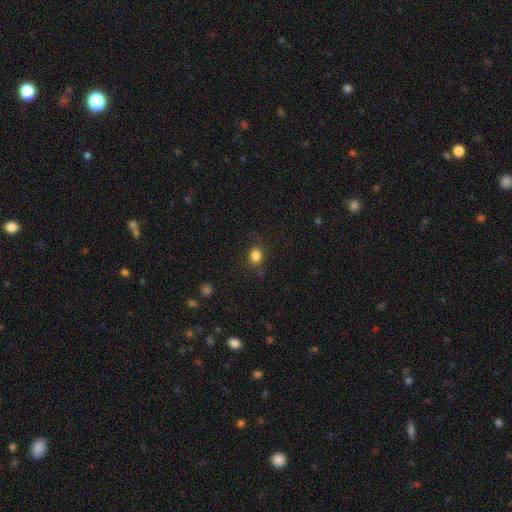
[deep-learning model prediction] A smooth galaxy with no disk features (83%) that is in between round and cigar-shaped (50%).

Vote fractions:
- Smooth or featured? smooth: 83% / star or artifact: 11% / featured or disk: 5%
- How rounded? in between: 50% / round: 49% / cigar-shaped: 1%
- Merging? none: 75% / minor disturbance: 16% / major disturbance: 6% / merger: 3%